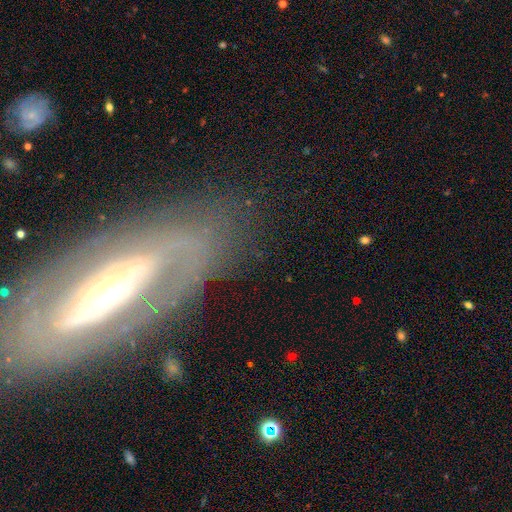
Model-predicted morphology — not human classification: The model was most divided on "spiral arms": yes: 57%, no: 43%. Remaining: edge-on disk — no (80%); smooth or featured — featured or disk (68%); merging — none (60%); bulge size — moderate (52%); bar — no (48%).